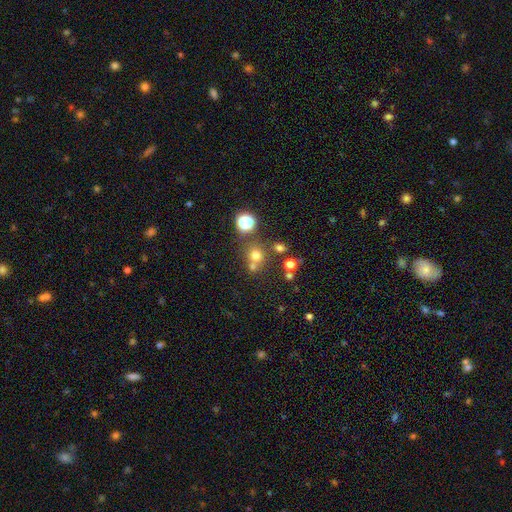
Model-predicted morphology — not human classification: The model was most divided on "merging": none: 62%, merger: 25%, minor disturbance: 9%, major disturbance: 4%. More confident: how rounded — round (86%); smooth or featured — smooth (67%).